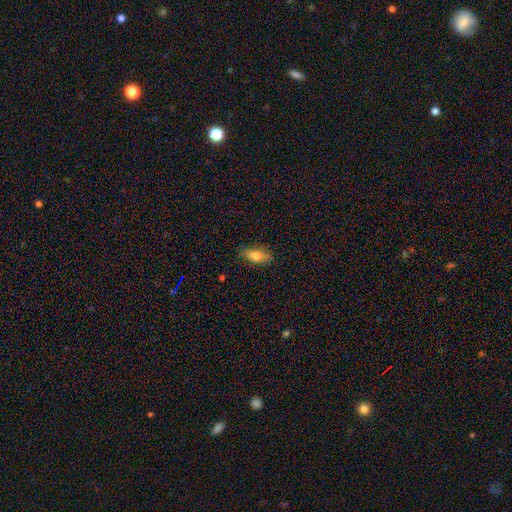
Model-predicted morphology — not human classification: The model was most divided on "how rounded": in between: 75%, cigar-shaped: 22%, round: 3%. More confident: merging — none (82%); smooth or featured — smooth (76%).